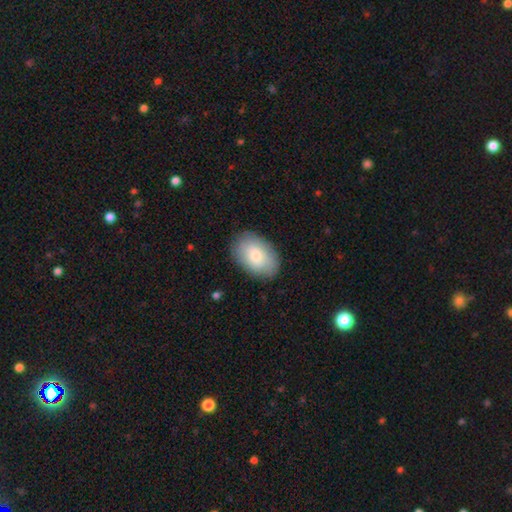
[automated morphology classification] smooth_or_featured: smooth (p=0.75) [alt: featured or disk p=0.19]
how_rounded: in between (p=0.89) [alt: round p=0.10]
merging: none (p=0.84) [alt: minor disturbance p=0.12]